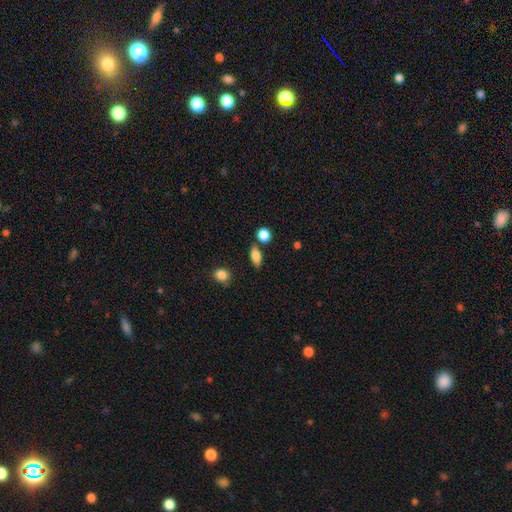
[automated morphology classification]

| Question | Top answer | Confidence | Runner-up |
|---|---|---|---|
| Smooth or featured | smooth | 82% | featured or disk (10%) |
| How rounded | in between | 75% | cigar-shaped (13%) |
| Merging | none | 76% | minor disturbance (14%) |